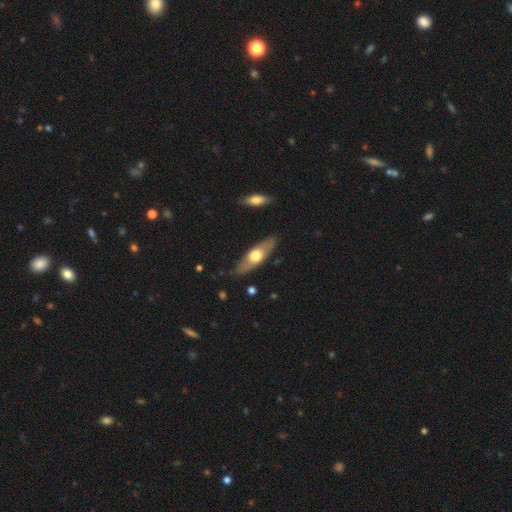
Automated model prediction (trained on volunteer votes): Smooth or featured? Predicted: smooth (p=0.49). Merging? Predicted: none (p=0.83).